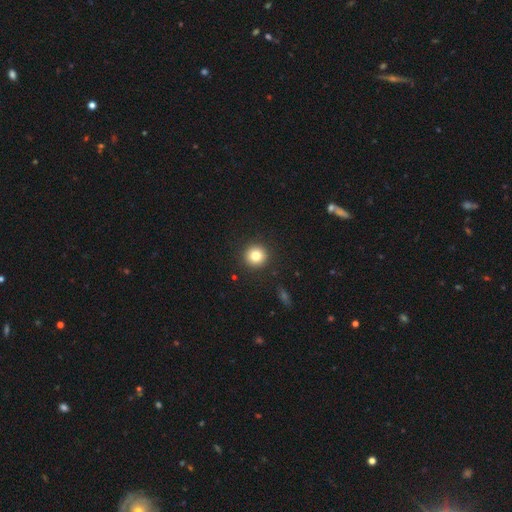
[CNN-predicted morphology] smooth_or_featured: smooth (p=0.82) [alt: star or artifact p=0.11]
how_rounded: round (p=0.94) [alt: in between p=0.05]
merging: none (p=0.92) [alt: minor disturbance p=0.05]